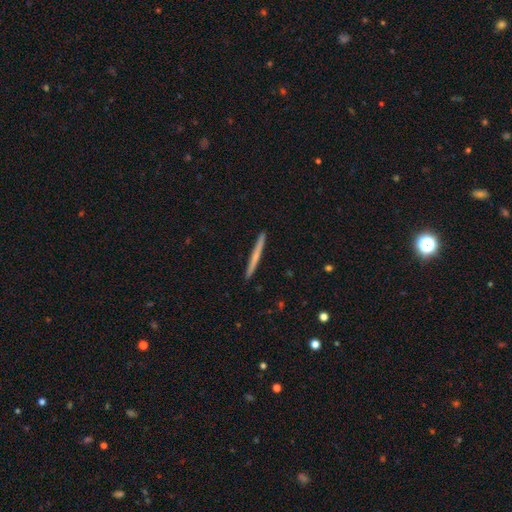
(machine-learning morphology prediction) Smooth or featured? smooth (51%)
How rounded? cigar-shaped (97%)
Merging? none (93%)